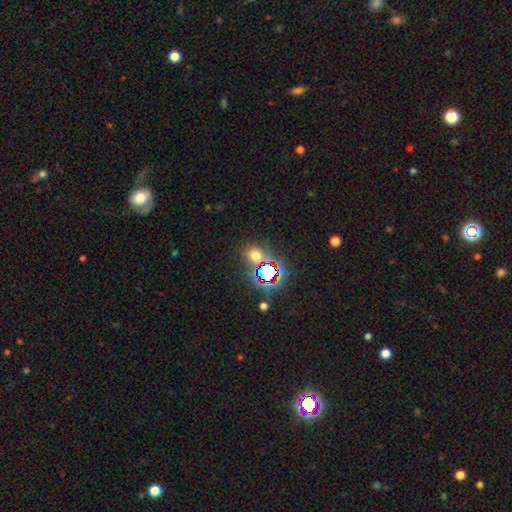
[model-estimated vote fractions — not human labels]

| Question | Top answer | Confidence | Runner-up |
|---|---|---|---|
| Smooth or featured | smooth | 55% | star or artifact (37%) |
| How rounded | round | 76% | in between (23%) |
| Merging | none | 76% | minor disturbance (10%) |